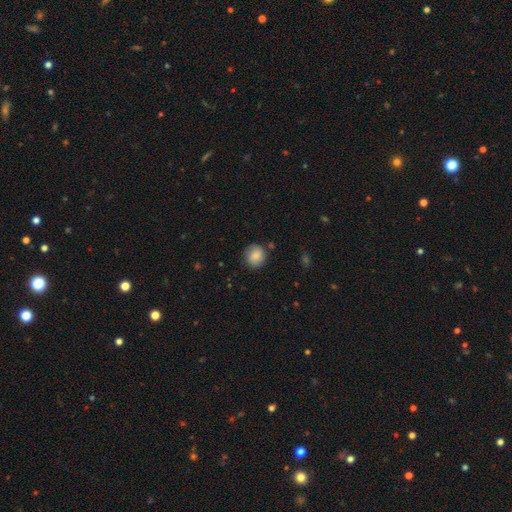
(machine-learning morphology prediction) A smooth galaxy with no disk features (84%) that is round (86%). Merging: none (84%).